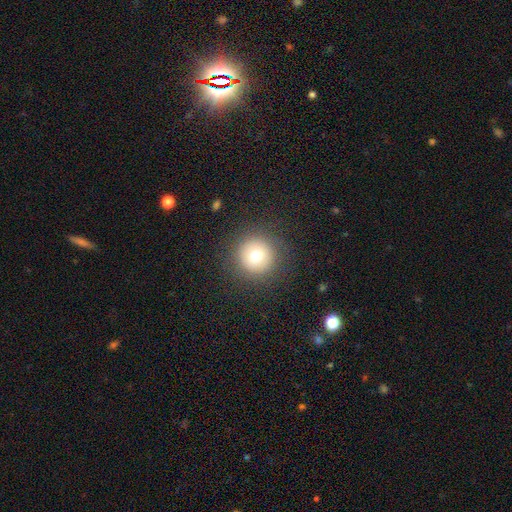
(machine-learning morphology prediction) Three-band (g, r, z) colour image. It shows a smooth galaxy with no disk features (72%) that is round (96%). Merging: none (89%).